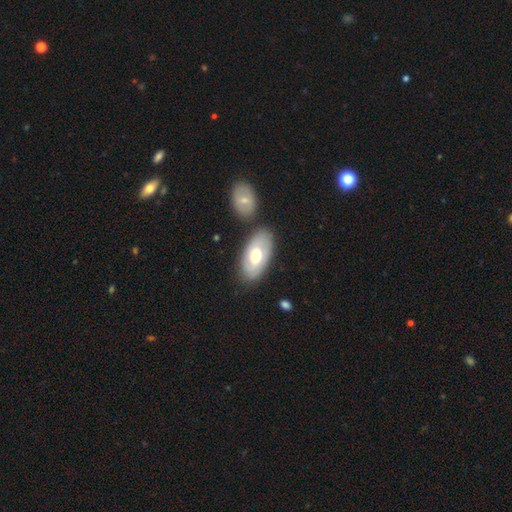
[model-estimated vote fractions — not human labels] smooth_or_featured: smooth (p=0.50) [alt: featured or disk p=0.44]
how_rounded: in between (p=0.93) [alt: round p=0.05]
merging: none (p=0.74) [alt: minor disturbance p=0.13]